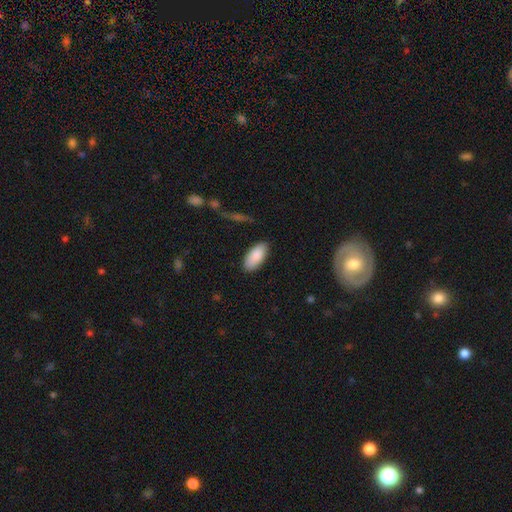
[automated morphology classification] Smooth or featured? smooth (89%)
How rounded? in between (91%)
Merging? none (86%)